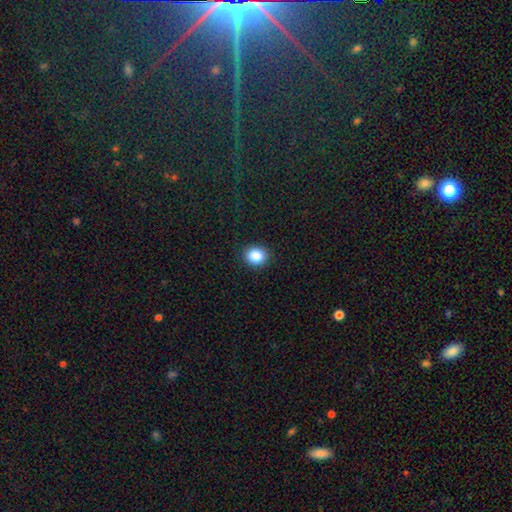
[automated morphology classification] type=smooth (87%); roundness=round (71%); merging=none (89%).